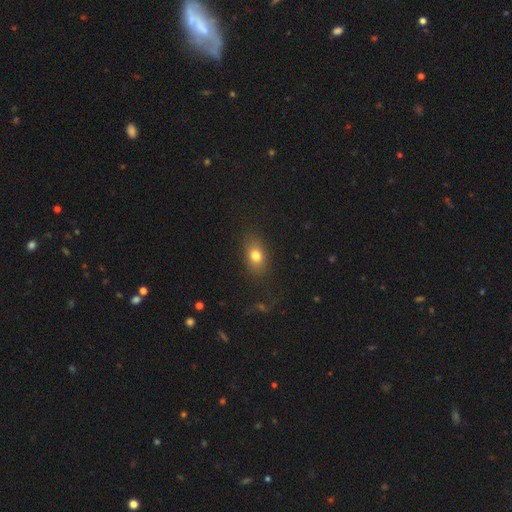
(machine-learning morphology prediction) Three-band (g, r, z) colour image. It shows a smooth galaxy with no disk features (77%) that is in between round and cigar-shaped (74%). Merging: none (80%).